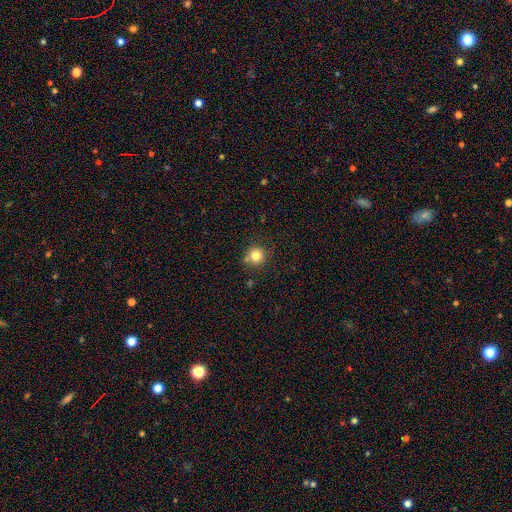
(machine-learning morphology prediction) smooth-or-featured: smooth: 81% | star or artifact: 12% | featured or disk: 7%
  how-rounded: round: 93% | in between: 6% | cigar-shaped: 1%
  merging: none: 80% | minor disturbance: 11% | merger: 7% | major disturbance: 3%